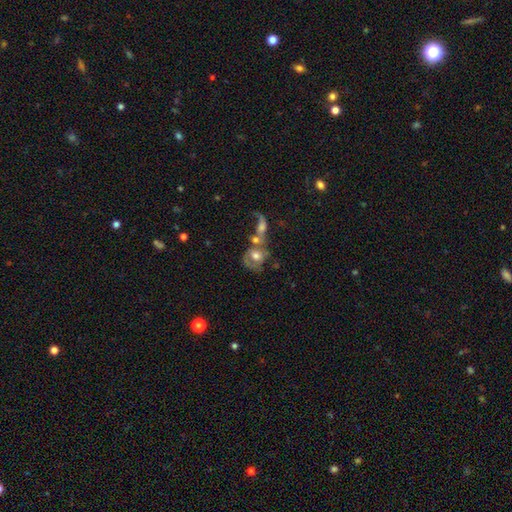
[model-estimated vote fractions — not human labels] The model was most divided on "smooth or featured": smooth: 46%, featured or disk: 45%, star or artifact: 9%. More confident: merging — merger (57%).